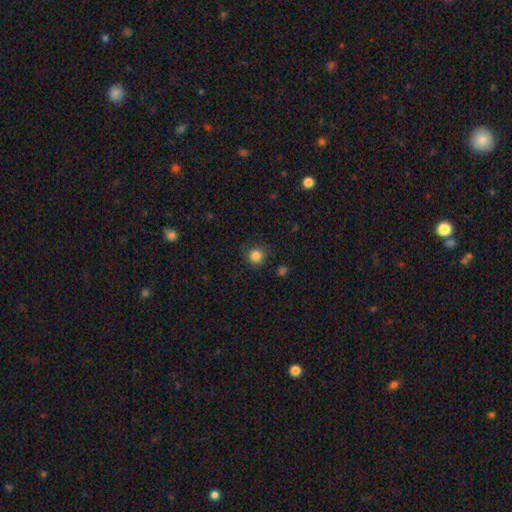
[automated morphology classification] The model was most divided on "smooth or featured": smooth: 84%, star or artifact: 12%, featured or disk: 4%. More confident: how rounded — round (94%); merging — none (84%).